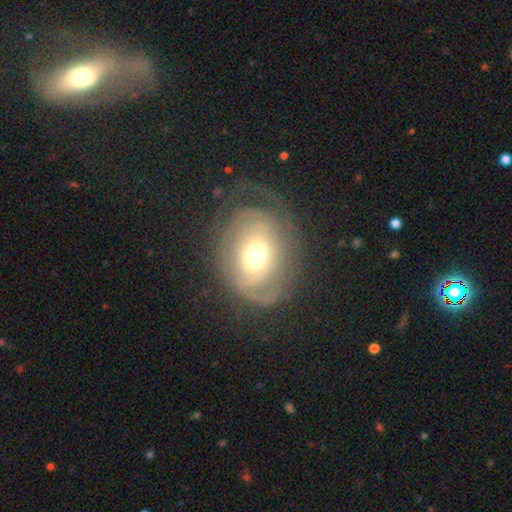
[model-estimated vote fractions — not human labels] smooth_or_featured: featured or disk (p=0.69) [alt: smooth p=0.24]
disk_edge_on: no (p=0.95) [alt: yes p=0.05]
bar: no (p=0.53) [alt: weak p=0.32]
has_spiral_arms: yes (p=0.71) [alt: no p=0.29]
bulge_size: moderate (p=0.63) [alt: large p=0.22]
merging: none (p=0.55) [alt: major disturbance p=0.24]